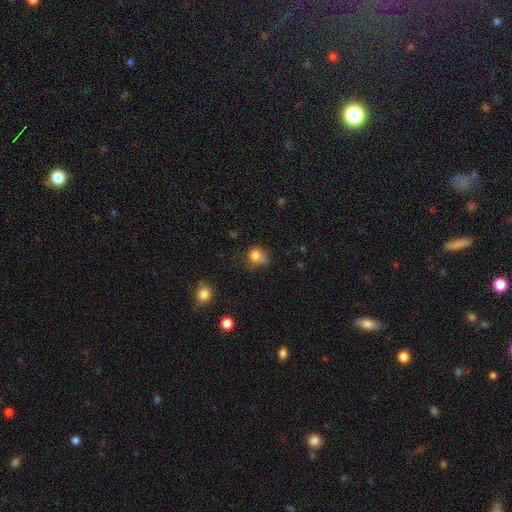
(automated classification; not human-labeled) This appears to be a smooth galaxy with no disk features (80%) that is round (66%). Merging: none (47%).